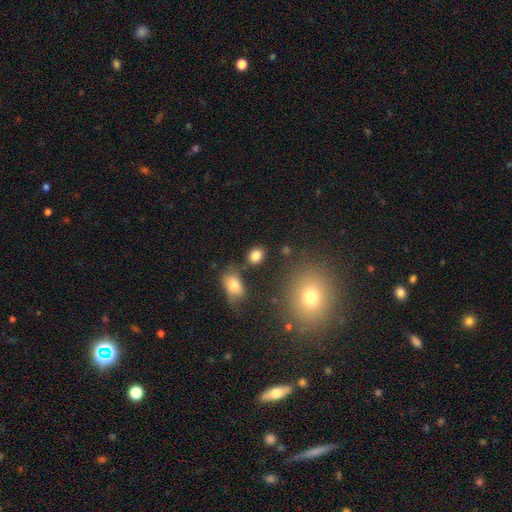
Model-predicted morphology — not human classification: A smooth galaxy with no disk features (83%) that is in between round and cigar-shaped (58%). Merging: none (77%).